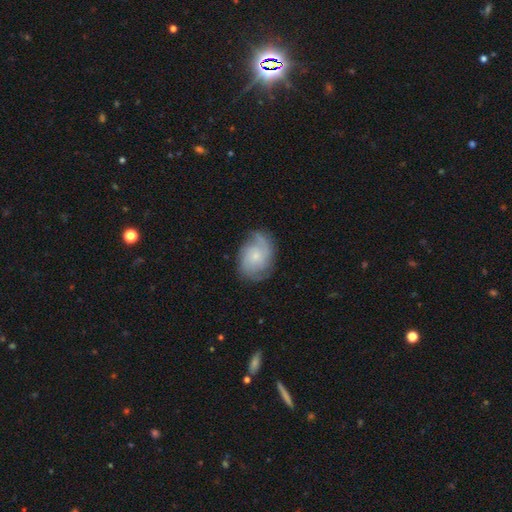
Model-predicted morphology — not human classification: Smooth or featured? Predicted: featured or disk (p=0.69). Edge-on disk? Predicted: no (p=0.97). Bar? Predicted: no (p=0.76). Spiral arms? Predicted: yes (p=0.92). Spiral winding? Predicted: medium (p=0.40, tied with tight). Spiral arm count? Predicted: 2 (p=0.43). Bulge size? Predicted: small (p=0.70). Merging? Predicted: none (p=0.67).